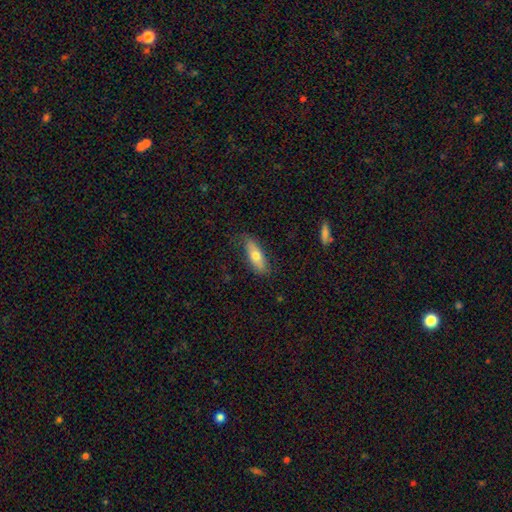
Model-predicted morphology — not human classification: A smooth galaxy with no disk features (67%) that is in between round and cigar-shaped (63%). Merging: none (76%).